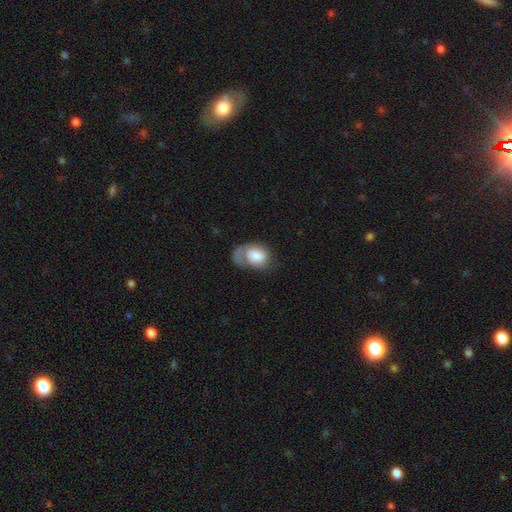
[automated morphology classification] type=smooth (59%); roundness=in between (76%); merging=major disturbance (38%).